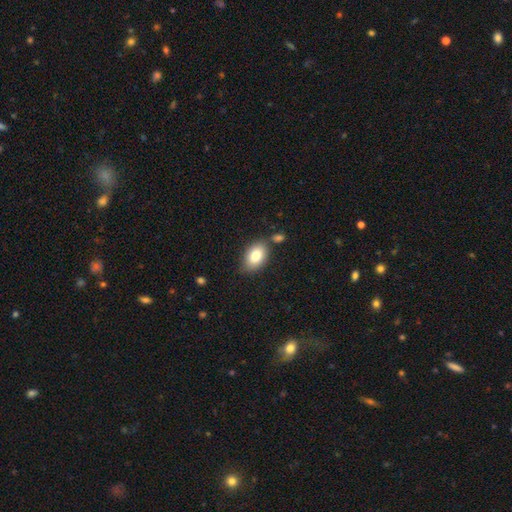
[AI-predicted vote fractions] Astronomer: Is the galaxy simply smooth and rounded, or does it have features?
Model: smooth — 82%.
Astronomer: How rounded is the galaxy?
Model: in between — 88%.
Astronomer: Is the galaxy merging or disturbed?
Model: none — 72%.